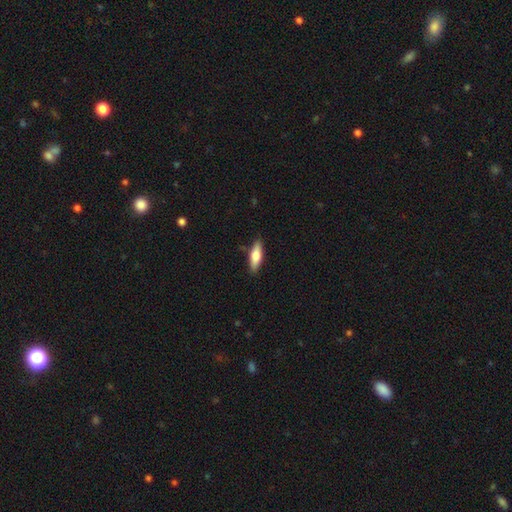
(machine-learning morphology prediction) Overall: smooth (70%). How rounded: in between (51%; cigar-shaped 46%). Merging: none (87%).